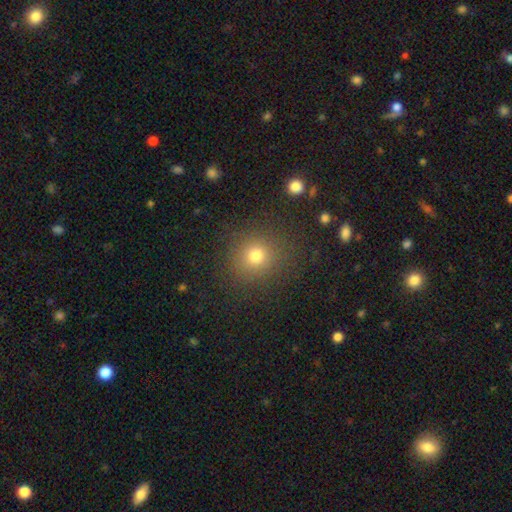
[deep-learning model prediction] This is likely a smooth galaxy (76%). How rounded: clearly round (87%). Merging: clearly none (86%).